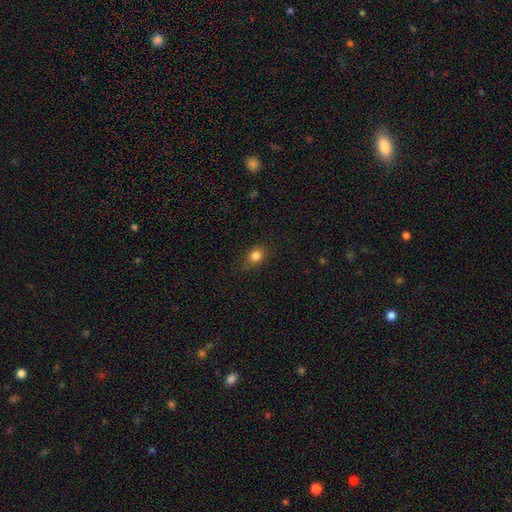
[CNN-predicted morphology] Overall: smooth (82%). How rounded: round (55%; in between 43%). Merging: none (80%).